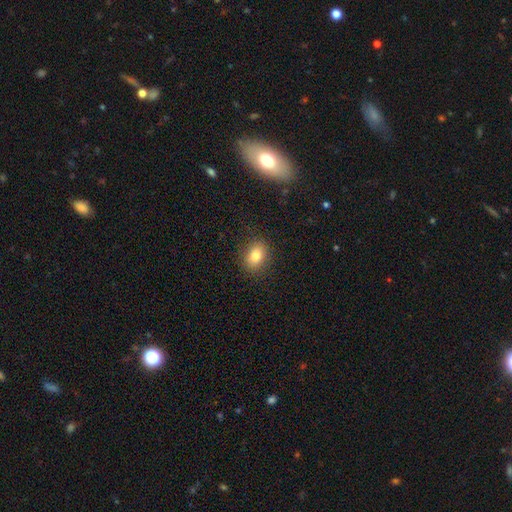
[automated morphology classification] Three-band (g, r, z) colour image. It shows a smooth galaxy with no disk features (81%) that is in between round and cigar-shaped (63%). Merging: none (87%).